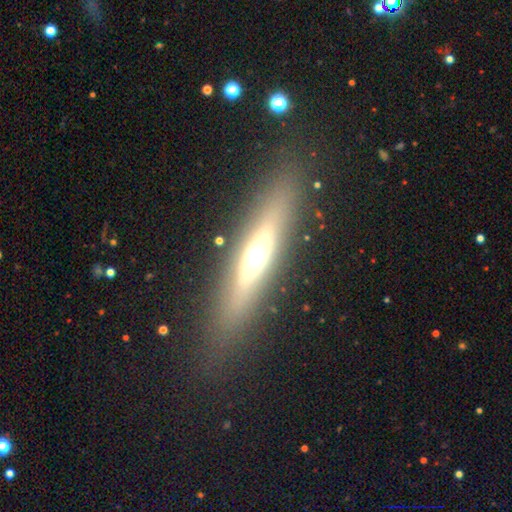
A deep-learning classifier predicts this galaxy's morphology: Q: Smooth or featured?
A: featured or disk (55%); runner-up: smooth (36%)
Q: Edge-on disk?
A: yes (84%); runner-up: no (16%)
Q: Merging?
A: none (85%); runner-up: minor disturbance (10%)